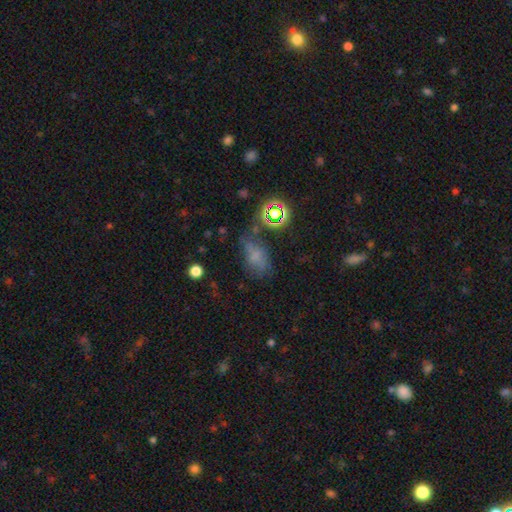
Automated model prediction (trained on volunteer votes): smooth 55%, star or artifact 27%, featured or disk 17%. Down the decision tree: how rounded — in between (78%); merging — none (47%).